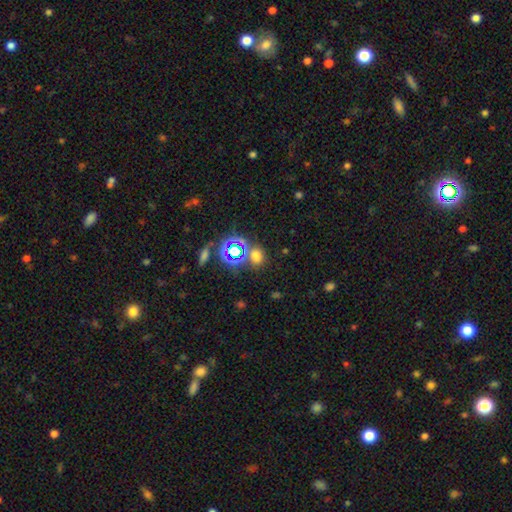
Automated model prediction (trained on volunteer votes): Overall: smooth (58%; star or artifact 35%). How rounded: round (66%; in between 33%). Merging: none (72%).